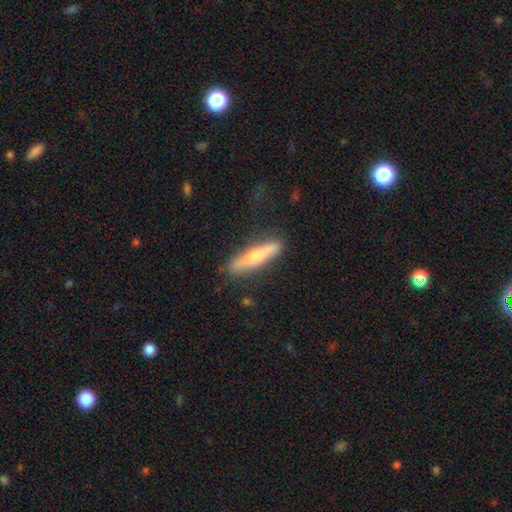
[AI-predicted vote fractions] Smooth or featured? Predicted: featured or disk (p=0.46, tied with smooth). Merging? Predicted: none (p=0.82).